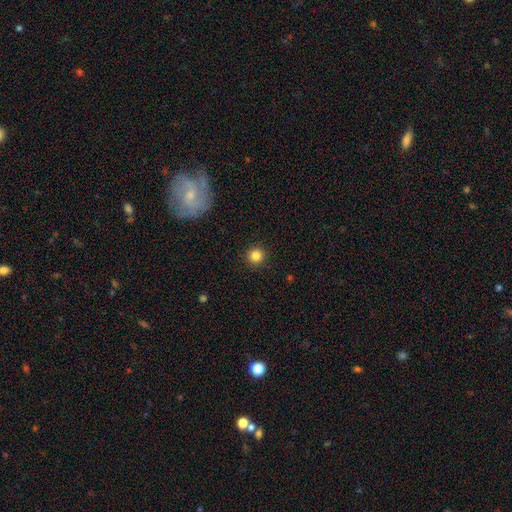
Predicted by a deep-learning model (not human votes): smooth-or-featured: smooth: 84% | star or artifact: 11% | featured or disk: 5%
  how-rounded: round: 95% | in between: 4% | cigar-shaped: 1%
  merging: none: 92% | minor disturbance: 5% | major disturbance: 2% | merger: 1%